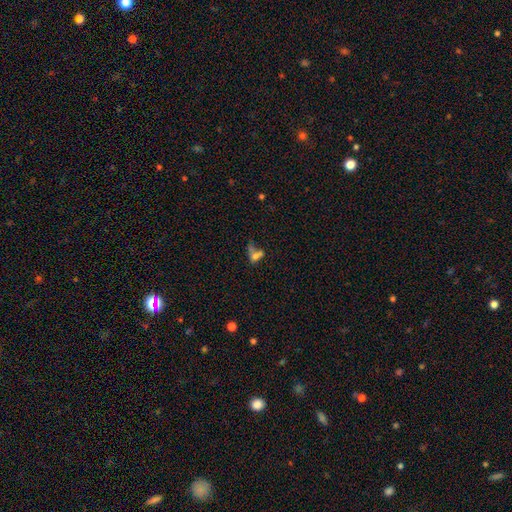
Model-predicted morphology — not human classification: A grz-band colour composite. It shows a smooth galaxy with no disk features (60%) that is in between round and cigar-shaped (63%). Merging: merger (49%).